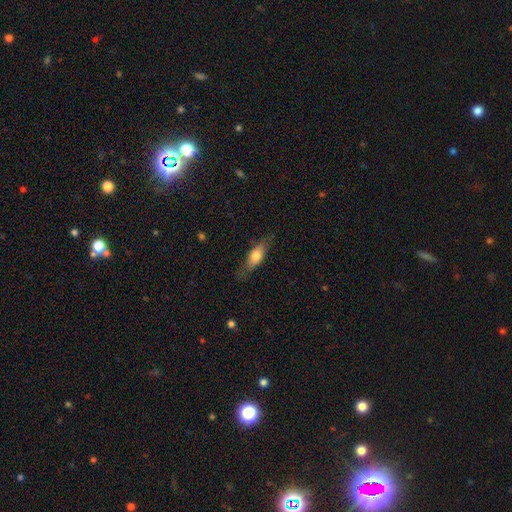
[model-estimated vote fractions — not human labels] Q: Smooth or featured?
A: smooth (63%); runner-up: featured or disk (30%)
Q: How rounded?
A: in between (61%); runner-up: cigar-shaped (36%)
Q: Merging?
A: none (75%); runner-up: minor disturbance (19%)